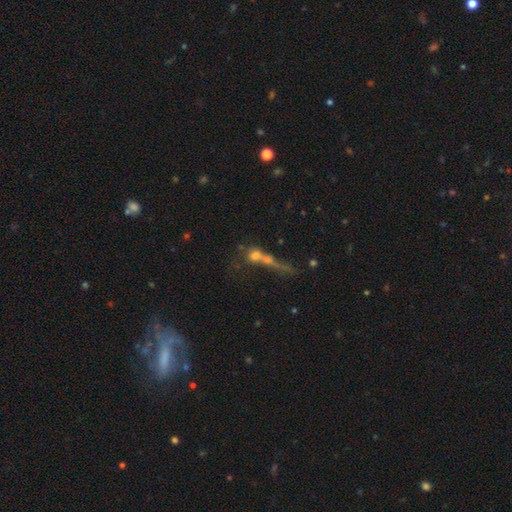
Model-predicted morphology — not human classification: Q: Smooth or featured?
A: smooth (50%); runner-up: featured or disk (33%)
Q: How rounded?
A: round (50%); runner-up: cigar-shaped (25%)
Q: Merging?
A: merger (52%); runner-up: none (24%)